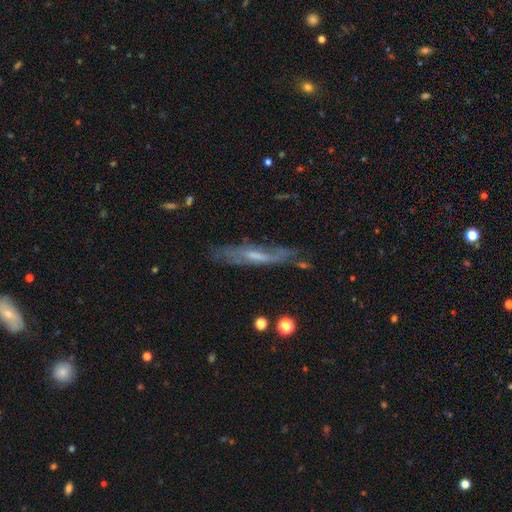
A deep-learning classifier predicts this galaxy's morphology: smooth-or-featured: featured or disk: 60% | smooth: 30% | star or artifact: 9%
  disk-edge-on: yes: 59% | no: 41%
  merging: none: 67% | minor disturbance: 21% | major disturbance: 8% | merger: 3%